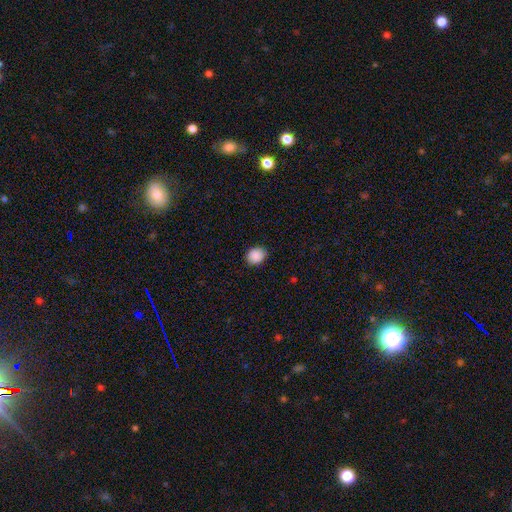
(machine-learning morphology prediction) This is clearly a smooth galaxy (90%). How rounded: likely round (60%). Merging: clearly none (87%).